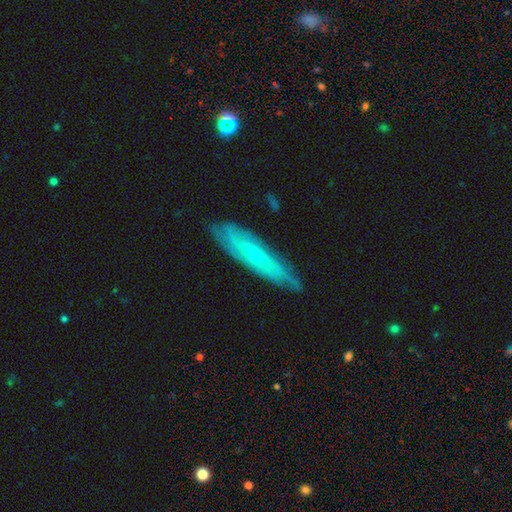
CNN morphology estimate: smooth_or_featured: featured or disk (p=0.60) [alt: smooth p=0.33]
disk_edge_on: no (p=0.52) [alt: yes p=0.48]
merging: none (p=0.78) [alt: minor disturbance p=0.18]